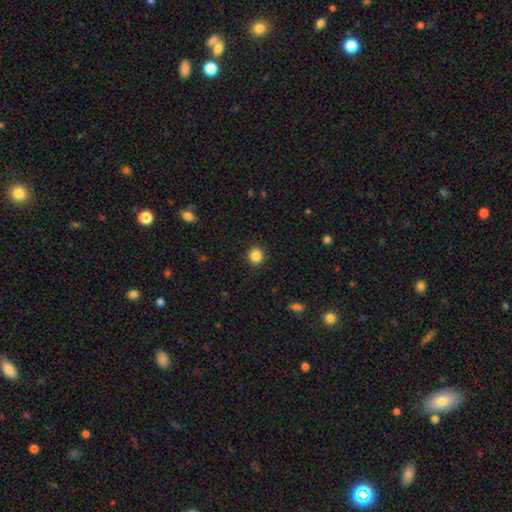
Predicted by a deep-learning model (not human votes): A smooth galaxy with no disk features (86%) that is round (91%). Merging: none (91%).